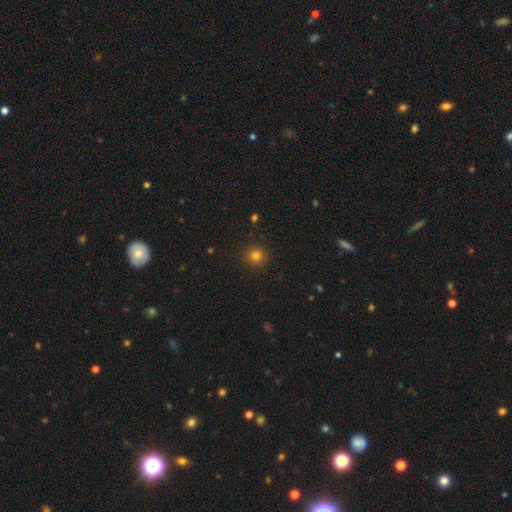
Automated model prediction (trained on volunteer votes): Q: Smooth or featured?
A: smooth (81%); runner-up: star or artifact (14%)
Q: How rounded?
A: round (90%); runner-up: in between (9%)
Q: Merging?
A: none (90%); runner-up: minor disturbance (6%)